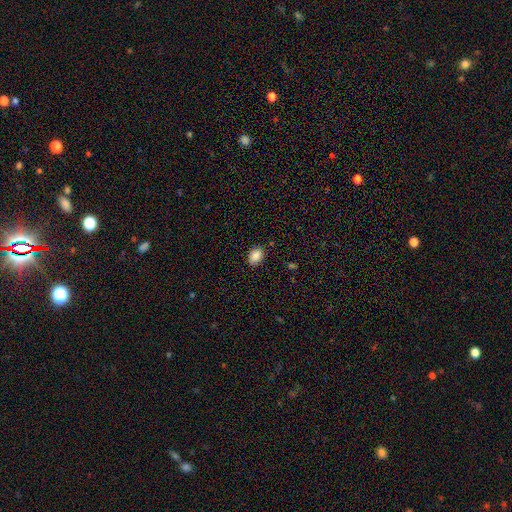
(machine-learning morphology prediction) smooth 86%, star or artifact 8%, featured or disk 5%. Down the decision tree: how rounded — in between (77%); merging — none (87%).